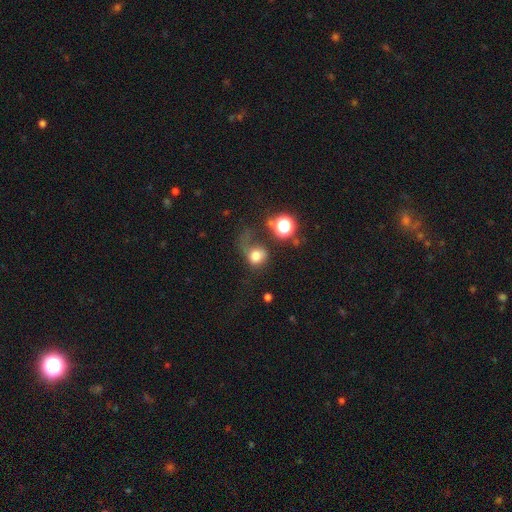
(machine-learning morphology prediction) smooth 67%, featured or disk 20%, star or artifact 13%. Down the decision tree: how rounded — round (66%); merging — major disturbance (50%).